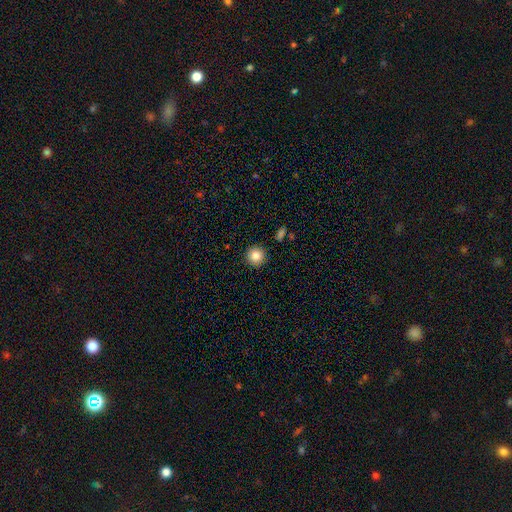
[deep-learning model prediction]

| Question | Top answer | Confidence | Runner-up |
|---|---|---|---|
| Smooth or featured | smooth | 84% | star or artifact (10%) |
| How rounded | round | 95% | in between (4%) |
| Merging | none | 91% | minor disturbance (5%) |